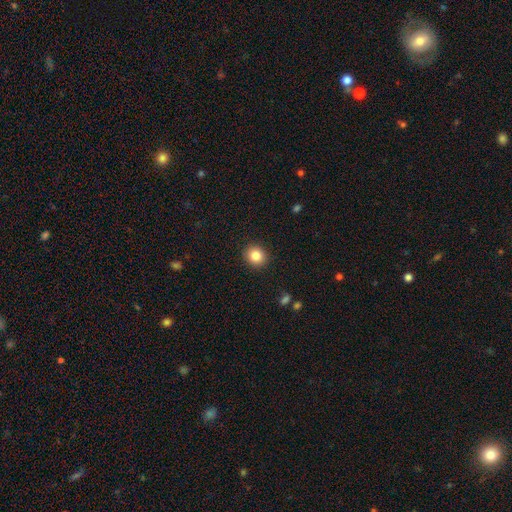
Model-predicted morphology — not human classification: Smooth or featured?
  - smooth: 84% *
  - star or artifact: 10%
  - featured or disk: 6%
How rounded?
  - round: 81% *
  - in between: 18%
  - cigar-shaped: 1%
Merging?
  - none: 91% *
  - minor disturbance: 6%
  - major disturbance: 2%
  - merger: 1%